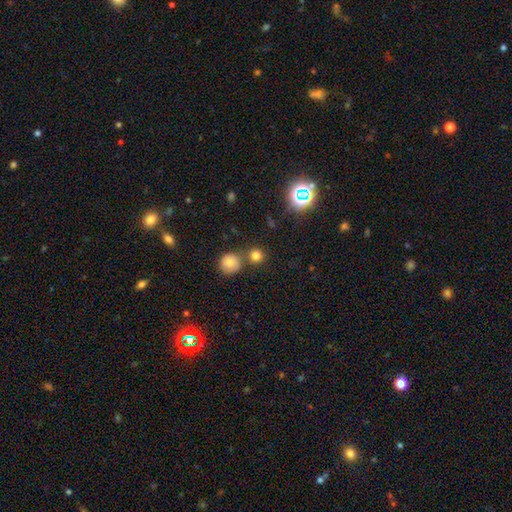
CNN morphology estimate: The model was most divided on "merging": none: 68%, merger: 21%, minor disturbance: 8%, major disturbance: 3%. More confident: how rounded — round (91%); smooth or featured — smooth (77%).